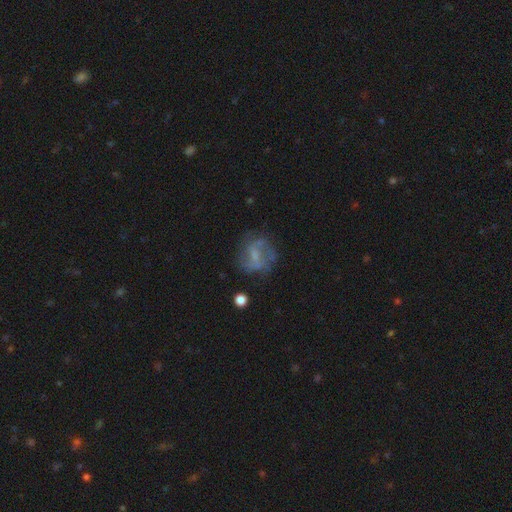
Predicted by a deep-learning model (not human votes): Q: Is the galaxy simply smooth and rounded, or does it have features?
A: featured or disk — 57%.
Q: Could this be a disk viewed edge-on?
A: no — 97%.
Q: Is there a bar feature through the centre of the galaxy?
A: weak — 46%.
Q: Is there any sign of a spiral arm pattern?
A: yes — 63%.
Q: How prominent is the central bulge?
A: small — 37%.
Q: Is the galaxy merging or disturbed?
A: none — 62%.